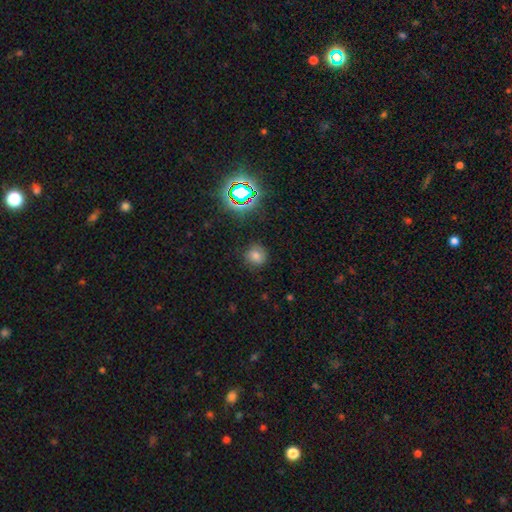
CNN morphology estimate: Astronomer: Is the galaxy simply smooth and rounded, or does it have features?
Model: smooth — 71%.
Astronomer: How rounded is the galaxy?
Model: round — 85%.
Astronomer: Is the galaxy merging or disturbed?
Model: none — 83%.